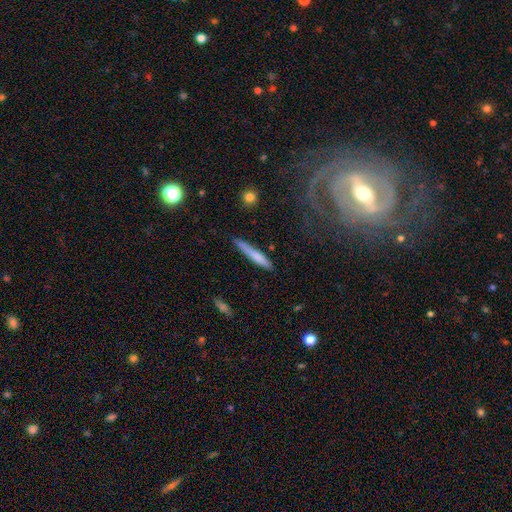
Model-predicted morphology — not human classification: smooth_or_featured: smooth (p=0.71) [alt: featured or disk p=0.23]
how_rounded: cigar-shaped (p=0.95) [alt: in between p=0.04]
merging: none (p=0.80) [alt: minor disturbance p=0.15]